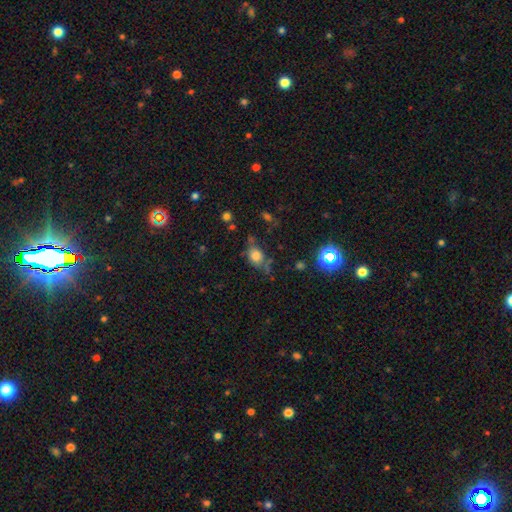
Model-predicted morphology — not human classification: This is likely a smooth galaxy (71%). How rounded: possibly in between (50%). Merging: possibly none (57%).